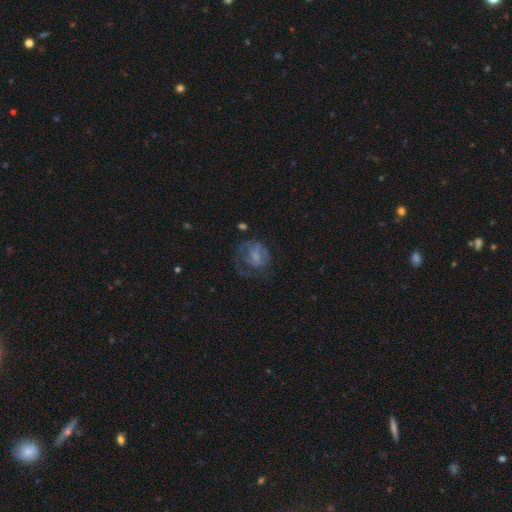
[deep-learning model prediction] Overall: featured or disk (50%; smooth 37%). Merging: major disturbance (42%; none 36%).